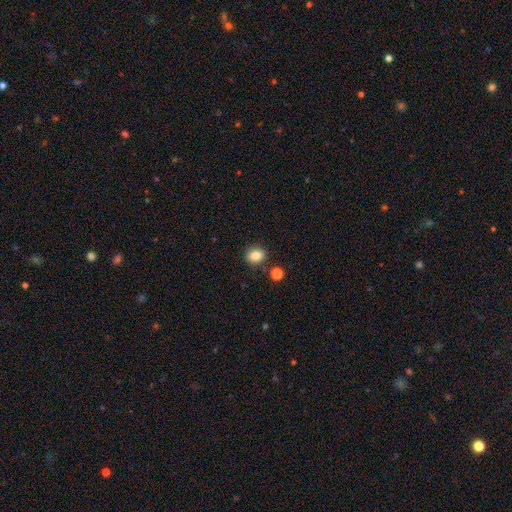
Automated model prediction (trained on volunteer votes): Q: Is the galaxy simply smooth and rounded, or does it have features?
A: smooth — 82%.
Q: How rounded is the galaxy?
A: in between — 57%.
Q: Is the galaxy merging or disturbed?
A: none — 82%.